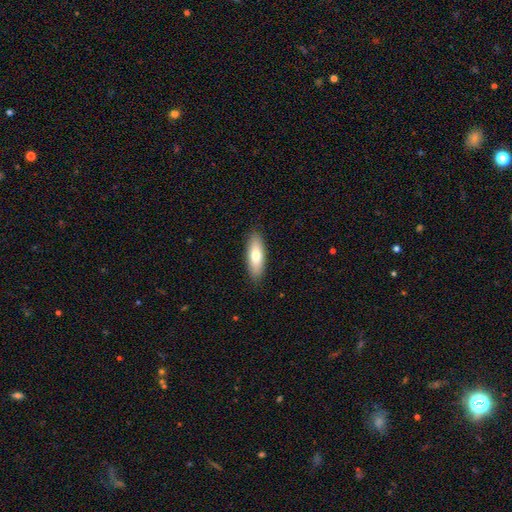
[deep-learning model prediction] smooth-or-featured: smooth: 74% | featured or disk: 21% | star or artifact: 6%
  how-rounded: in between: 64% | cigar-shaped: 34% | round: 2%
  merging: none: 88% | minor disturbance: 9% | major disturbance: 2% | merger: 1%